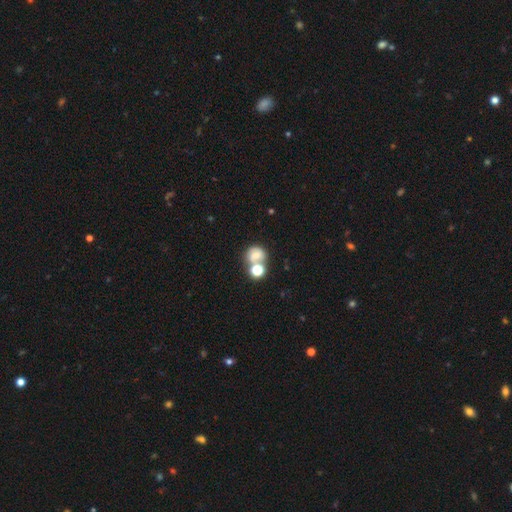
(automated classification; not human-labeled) This appears to be a smooth galaxy with no disk features (64%) that is round (67%). Merging: merger (50%).